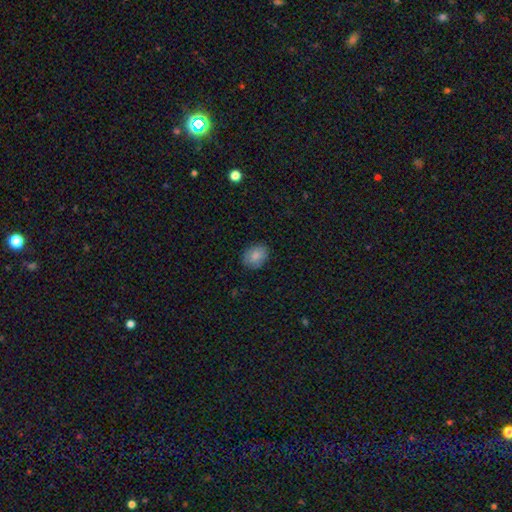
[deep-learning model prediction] Overall: smooth (84%). How rounded: in between (64%; round 35%). Merging: none (85%).